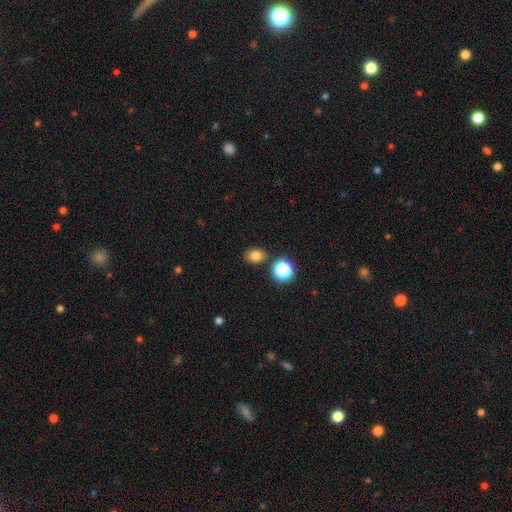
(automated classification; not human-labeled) Smooth or featured: smooth — 78% (star or artifact — 15%)
How rounded: in between — 58% (round — 41%)
Merging: none — 81% (minor disturbance — 11%)